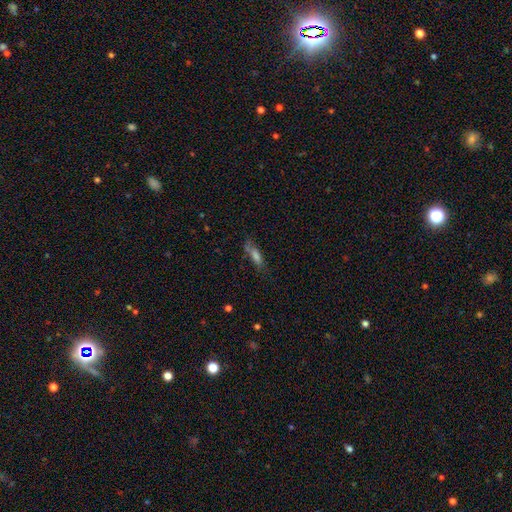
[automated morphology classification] Smooth or featured? Predicted: smooth (p=0.59). How rounded? Predicted: cigar-shaped (p=0.59). Merging? Predicted: none (p=0.61).